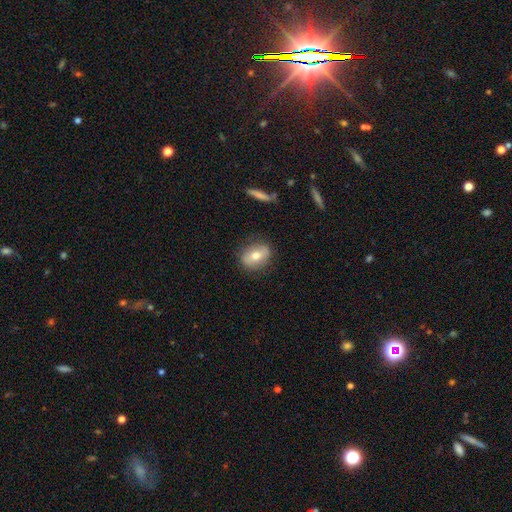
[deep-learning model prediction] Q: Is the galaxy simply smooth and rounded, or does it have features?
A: smooth — 58%.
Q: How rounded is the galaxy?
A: in between — 64%.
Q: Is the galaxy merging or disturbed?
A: none — 81%.